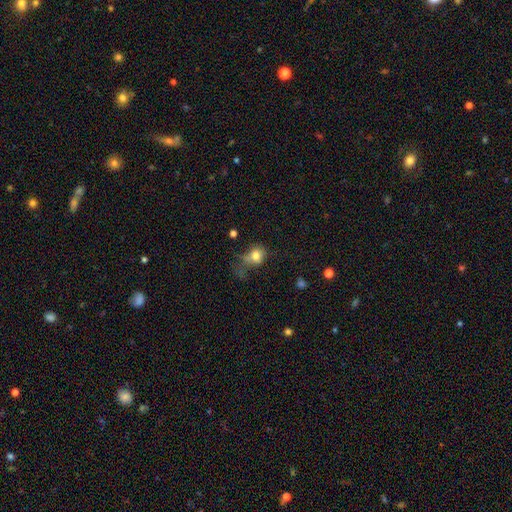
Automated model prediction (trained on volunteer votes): Smooth or featured: smooth — 76% (featured or disk — 13%)
How rounded: round — 60% (in between — 38%)
Merging: none — 34% (major disturbance — 30%)